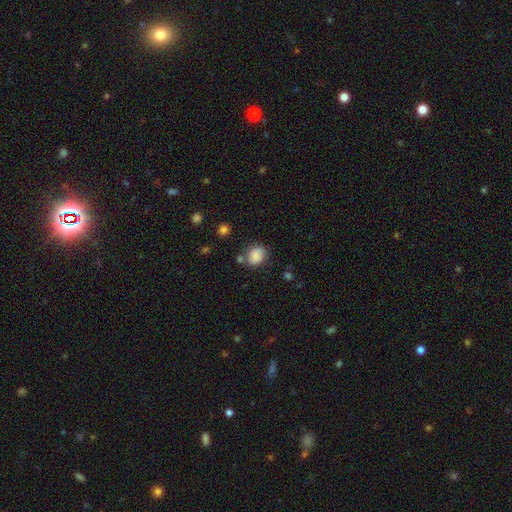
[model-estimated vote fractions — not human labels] Overall: smooth (83%). How rounded: round (50%; in between 49%). Merging: none (65%).